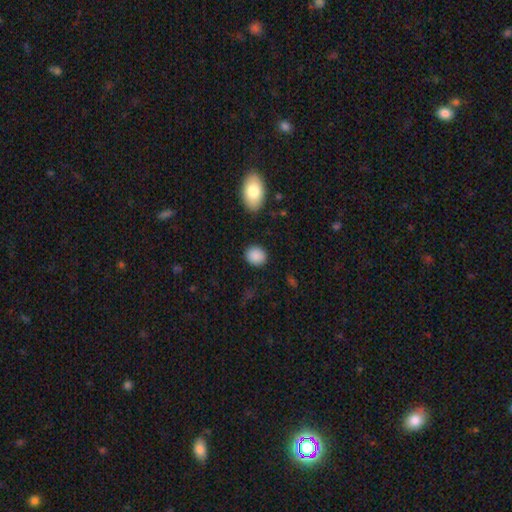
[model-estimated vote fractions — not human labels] The model was most divided on "how rounded": round: 68%, in between: 31%, cigar-shaped: 1%. More confident: smooth or featured — smooth (89%); merging — none (87%).